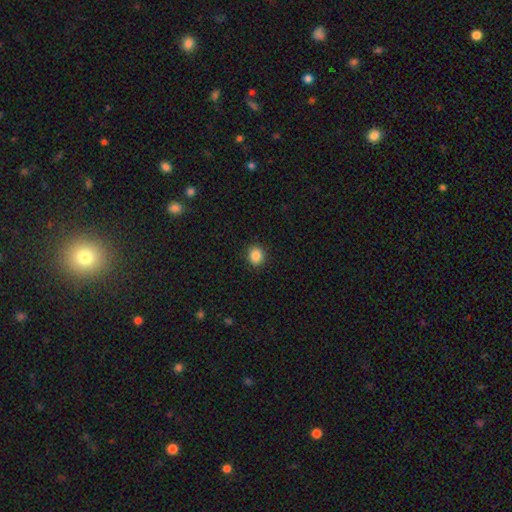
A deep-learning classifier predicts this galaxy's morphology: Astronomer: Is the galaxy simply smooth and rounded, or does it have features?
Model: smooth — 87%.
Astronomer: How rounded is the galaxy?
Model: round — 78%.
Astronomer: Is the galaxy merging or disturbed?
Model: none — 91%.